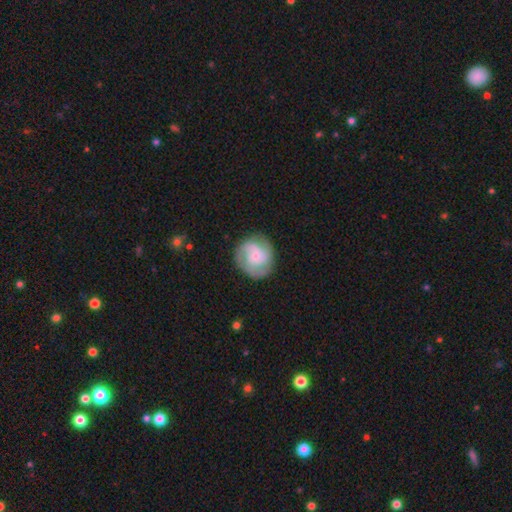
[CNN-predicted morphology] Smooth or featured? featured or disk (68%)
Edge-on disk? no (98%)
Bar? no (69%)
Spiral arms? yes (91%)
Spiral winding? tight (47%)
Spiral arm count? 2 (48%)
Bulge size? small (66%)
Merging? none (77%)